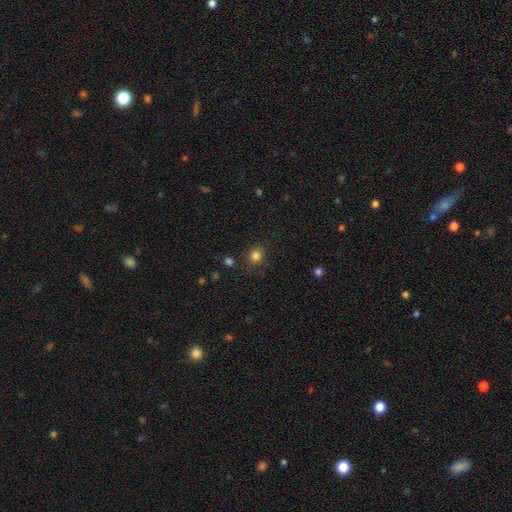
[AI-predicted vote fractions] A smooth galaxy with no disk features (82%) that is round (83%). Merging: none (86%).